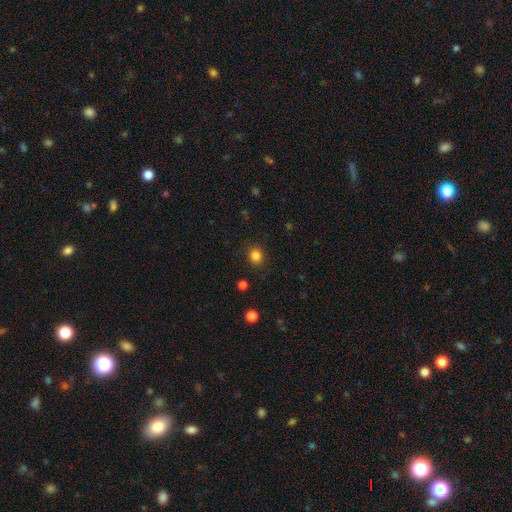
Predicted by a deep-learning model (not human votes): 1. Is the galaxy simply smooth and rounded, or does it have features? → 84% smooth, 12% star or artifact, 4% featured or disk.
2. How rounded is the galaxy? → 83% round, 16% in between, 1% cigar-shaped.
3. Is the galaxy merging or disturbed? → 89% none, 8% minor disturbance, 3% major disturbance, 1% merger.